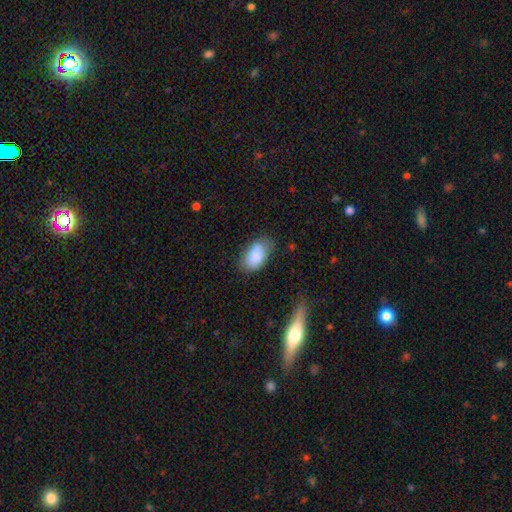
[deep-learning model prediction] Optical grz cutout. It shows a smooth galaxy with no disk features (84%) that is in between round and cigar-shaped (91%). Merging: none (62%).